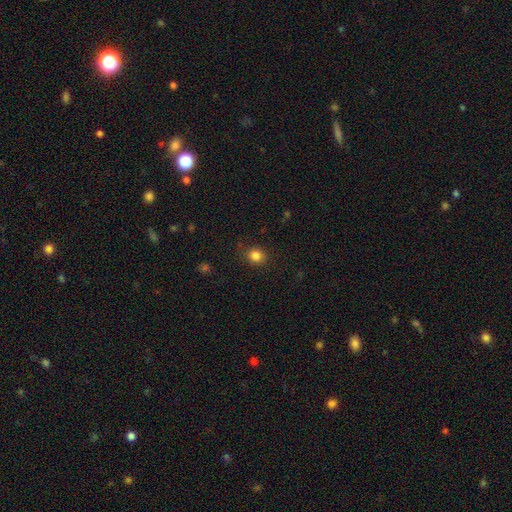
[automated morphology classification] type=smooth (84%); roundness=round (78%); merging=none (85%).